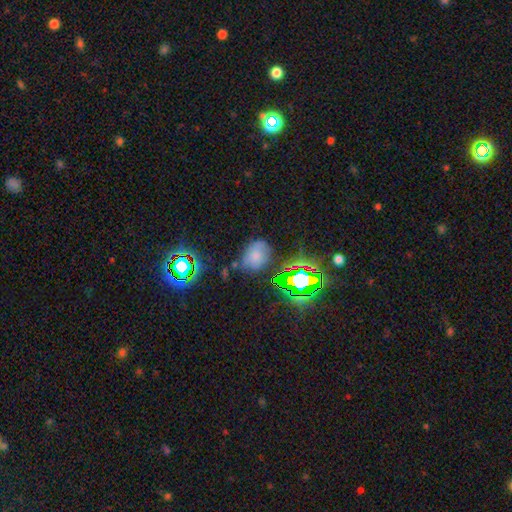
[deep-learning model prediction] Q: Smooth or featured?
A: smooth (65%); runner-up: star or artifact (23%)
Q: How rounded?
A: in between (68%); runner-up: round (31%)
Q: Merging?
A: none (65%); runner-up: minor disturbance (23%)